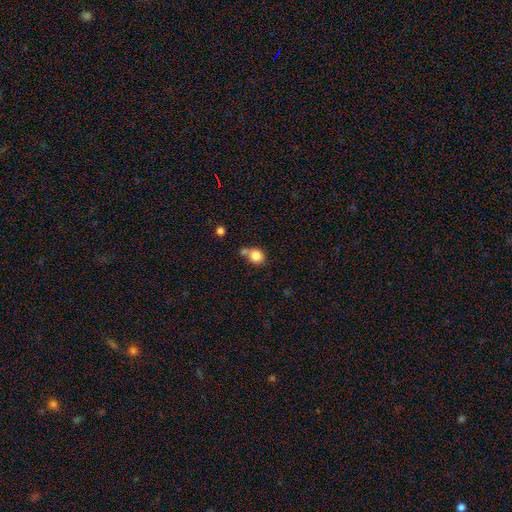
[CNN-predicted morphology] This is clearly a smooth galaxy (82%). How rounded: likely round (78%). Merging: marginally none (44%).